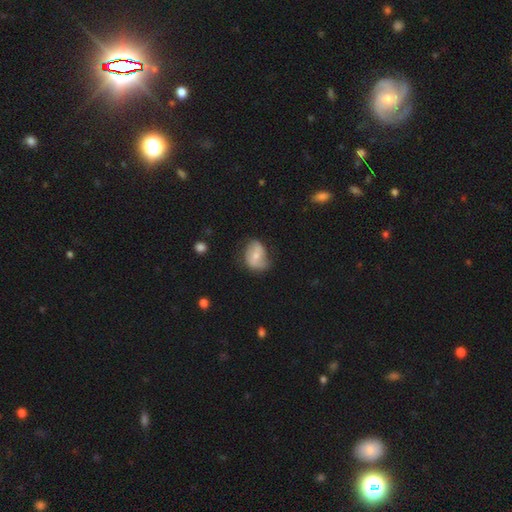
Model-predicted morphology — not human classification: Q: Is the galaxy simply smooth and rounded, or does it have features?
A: smooth — 50%.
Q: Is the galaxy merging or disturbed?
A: none — 52%.